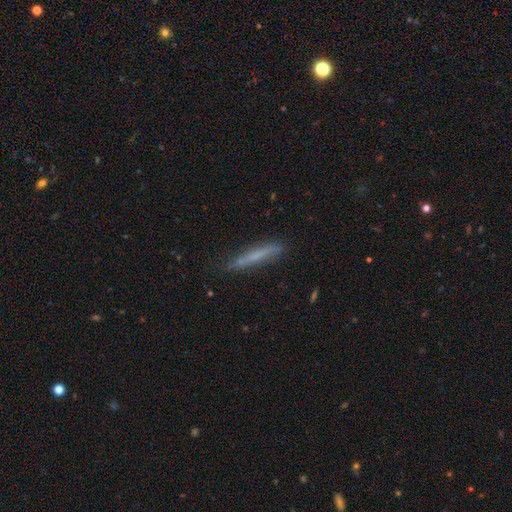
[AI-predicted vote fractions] Q: Smooth or featured?
A: smooth (61%); runner-up: featured or disk (31%)
Q: How rounded?
A: cigar-shaped (95%); runner-up: in between (3%)
Q: Merging?
A: none (83%); runner-up: minor disturbance (13%)